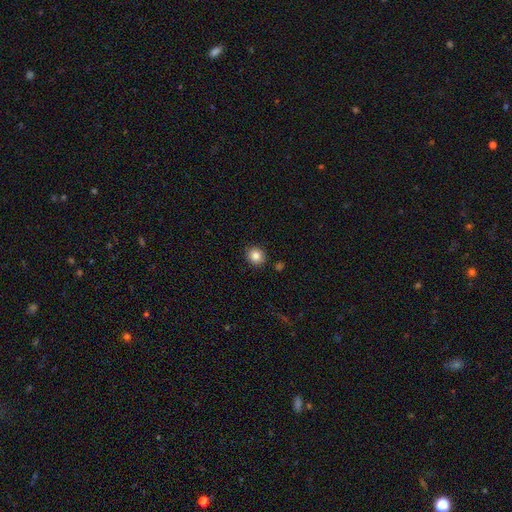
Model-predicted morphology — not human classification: A smooth galaxy with no disk features (84%) that is round (84%). Merging: none (89%).